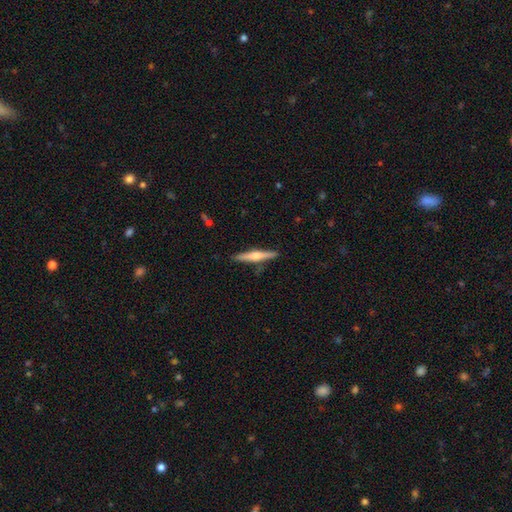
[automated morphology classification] Q: Smooth or featured?
A: featured or disk (62%); runner-up: smooth (32%)
Q: Edge-on disk?
A: yes (98%); runner-up: no (2%)
Q: Edge-on bulge?
A: rounded (86%); runner-up: boxy (9%)
Q: Merging?
A: none (89%); runner-up: minor disturbance (8%)